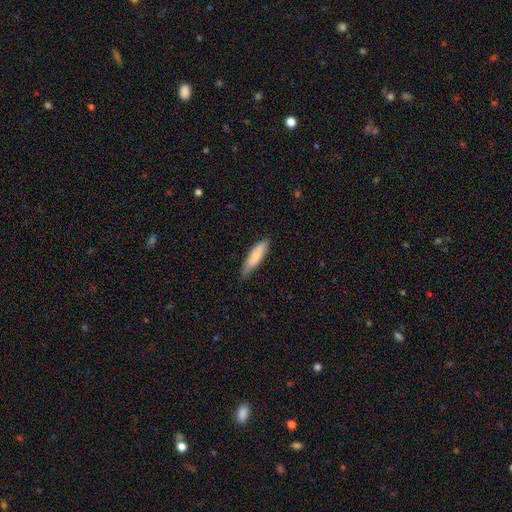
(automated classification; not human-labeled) smooth 77%, featured or disk 17%, star or artifact 6%. Down the decision tree: how rounded — cigar-shaped (64%); merging — none (73%).